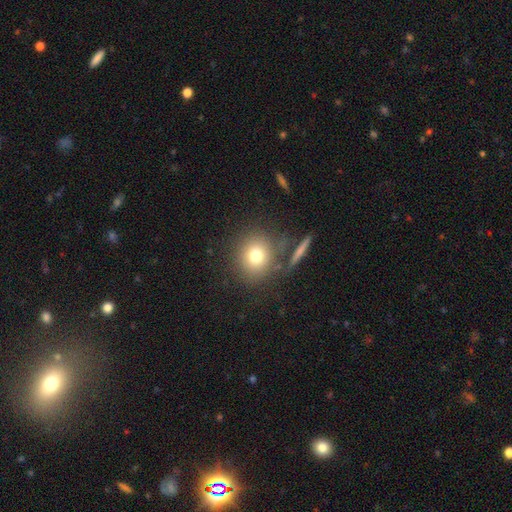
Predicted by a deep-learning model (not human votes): A smooth galaxy with no disk features (74%) that is round (83%).

Vote fractions:
- Smooth or featured? smooth: 74% / star or artifact: 13% / featured or disk: 13%
- How rounded? round: 83% / in between: 16% / cigar-shaped: 1%
- Merging? none: 76% / minor disturbance: 10% / merger: 9% / major disturbance: 5%